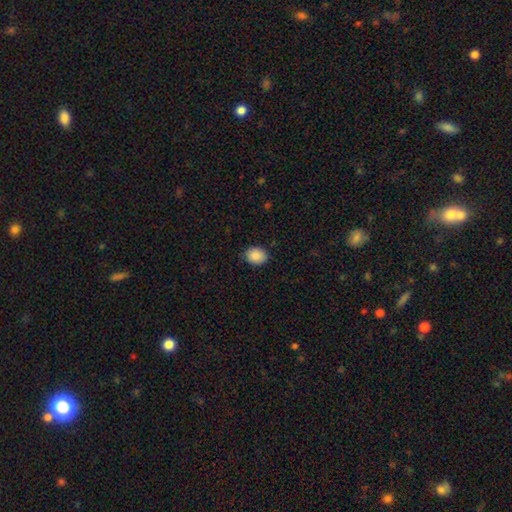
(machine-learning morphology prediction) This is clearly a smooth galaxy (89%). How rounded: possibly round (51%). Merging: clearly none (85%).